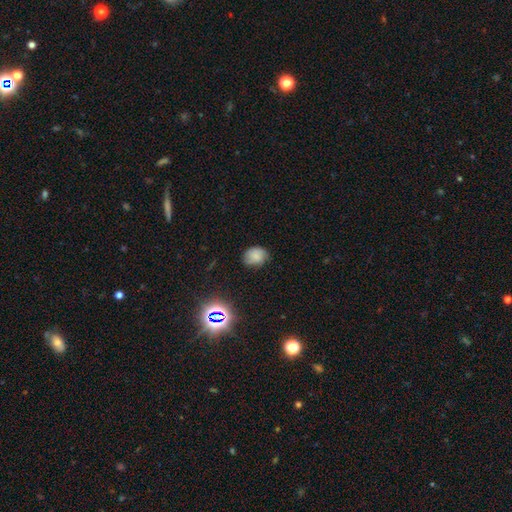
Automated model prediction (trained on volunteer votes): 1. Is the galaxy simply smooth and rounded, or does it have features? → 68% smooth, 17% featured or disk, 15% star or artifact.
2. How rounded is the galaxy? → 51% round, 48% in between, 1% cigar-shaped.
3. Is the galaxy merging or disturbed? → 70% none, 23% minor disturbance, 6% major disturbance, 1% merger.